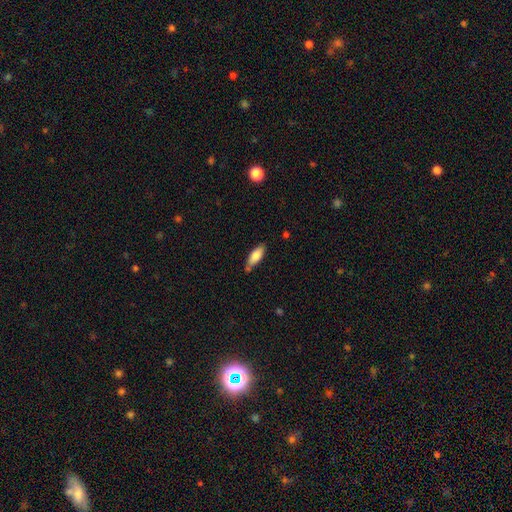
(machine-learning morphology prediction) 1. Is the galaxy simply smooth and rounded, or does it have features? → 80% smooth, 14% featured or disk, 6% star or artifact.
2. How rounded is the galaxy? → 70% in between, 28% cigar-shaped, 2% round.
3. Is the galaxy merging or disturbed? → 72% none, 19% minor disturbance, 6% merger, 3% major disturbance.